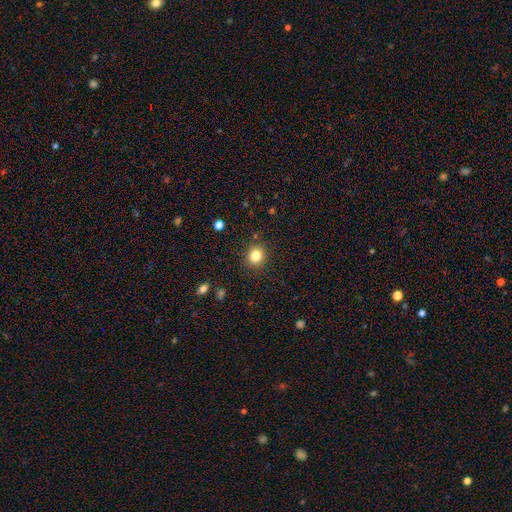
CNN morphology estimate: A smooth galaxy with no disk features (82%) that is round (80%). Merging: none (88%).